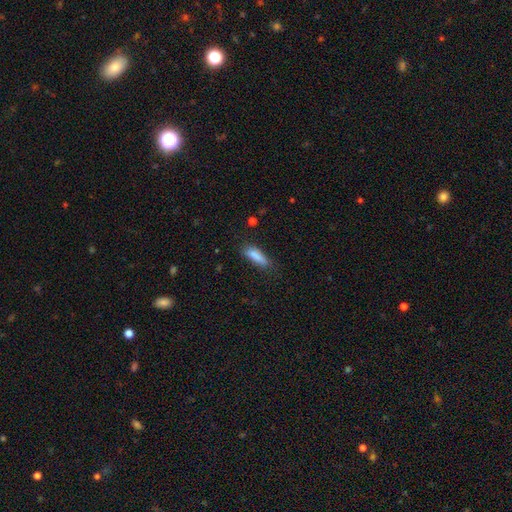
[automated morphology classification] A smooth galaxy with no disk features (84%) that is cigar-shaped (52%).

Vote fractions:
- Smooth or featured? smooth: 84% / featured or disk: 8% / star or artifact: 8%
- How rounded? cigar-shaped: 52% / in between: 46% / round: 2%
- Merging? none: 69% / minor disturbance: 22% / major disturbance: 6% / merger: 3%